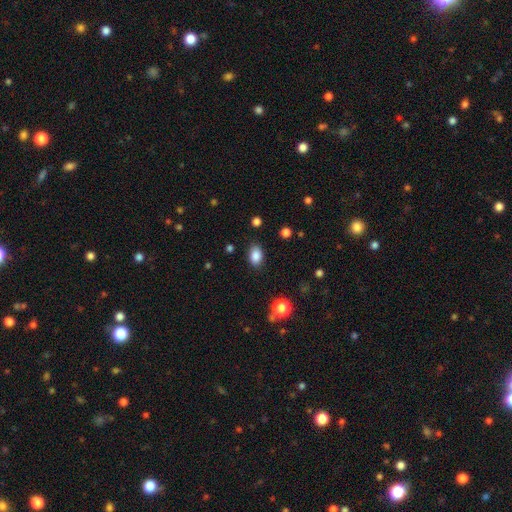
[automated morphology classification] smooth_or_featured: smooth (p=0.86) [alt: star or artifact p=0.09]
how_rounded: in between (p=0.84) [alt: round p=0.14]
merging: none (p=0.85) [alt: minor disturbance p=0.11]